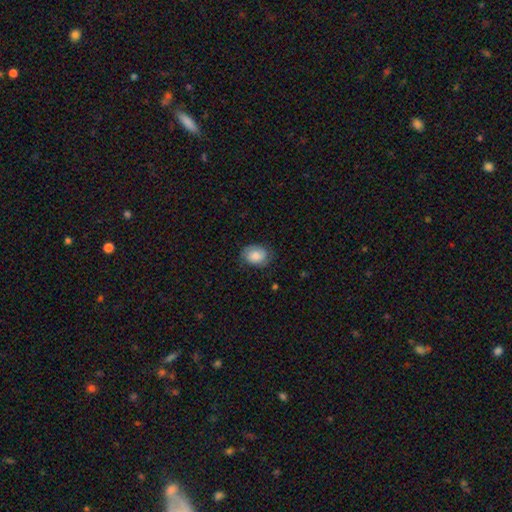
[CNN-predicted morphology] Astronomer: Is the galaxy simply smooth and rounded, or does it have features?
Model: smooth — 69%.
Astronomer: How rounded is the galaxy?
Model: in between — 62% (runner-up: round, 37%).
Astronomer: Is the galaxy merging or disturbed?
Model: none — 72%.